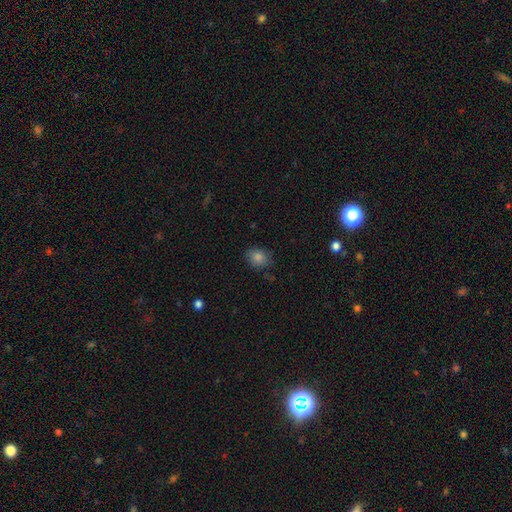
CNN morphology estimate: The model was most divided on "how rounded": round: 64%, in between: 35%, cigar-shaped: 1%. More confident: merging — none (82%); smooth or featured — smooth (71%).